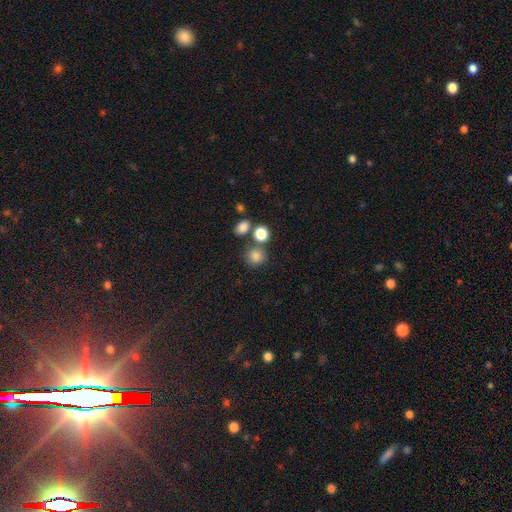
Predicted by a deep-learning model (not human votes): A smooth galaxy with no disk features (83%) that is round (83%).

Vote fractions:
- Smooth or featured? smooth: 83% / star or artifact: 12% / featured or disk: 6%
- How rounded? round: 83% / in between: 16% / cigar-shaped: 1%
- Merging? none: 69% / merger: 17% / minor disturbance: 10% / major disturbance: 4%